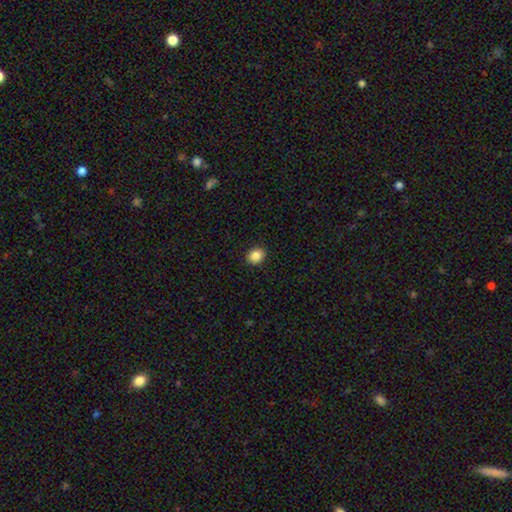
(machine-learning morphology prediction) Smooth or featured: smooth — 86% (star or artifact — 9%)
How rounded: round — 66% (in between — 33%)
Merging: none — 91% (minor disturbance — 6%)